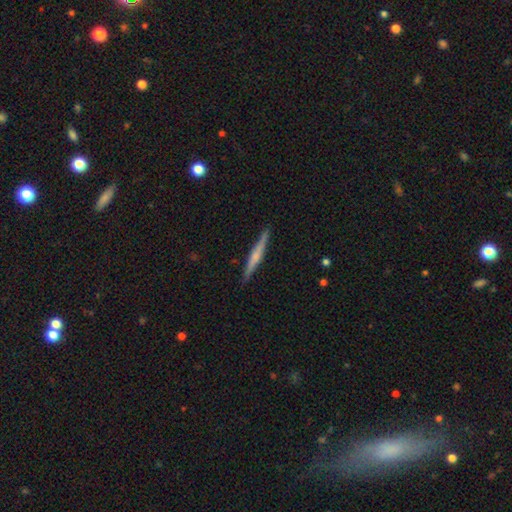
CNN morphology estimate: Smooth or featured? Predicted: featured or disk (p=0.60). Edge-on disk? Predicted: yes (p=0.98). Edge-on bulge? Predicted: rounded (p=0.59). Merging? Predicted: none (p=0.90).